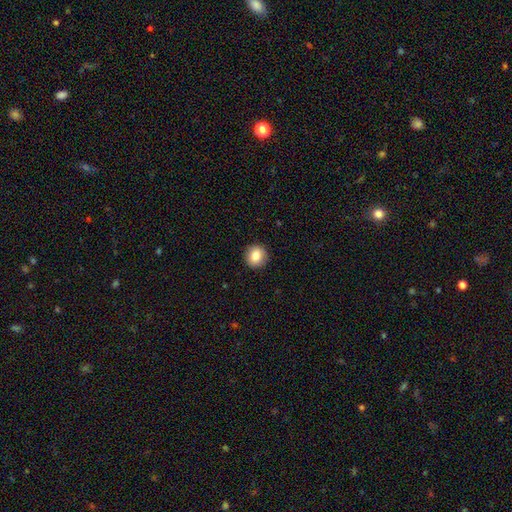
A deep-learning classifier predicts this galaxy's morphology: smooth 84%, star or artifact 9%, featured or disk 8%. Down the decision tree: how rounded — round (90%); merging — none (91%).